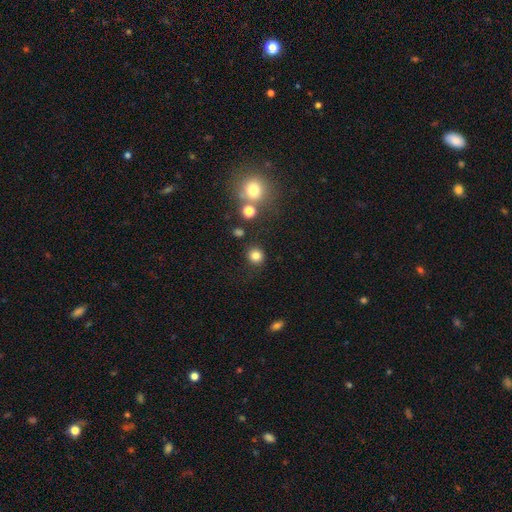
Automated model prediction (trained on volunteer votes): Overall: smooth (81%). How rounded: round (89%). Merging: none (84%).